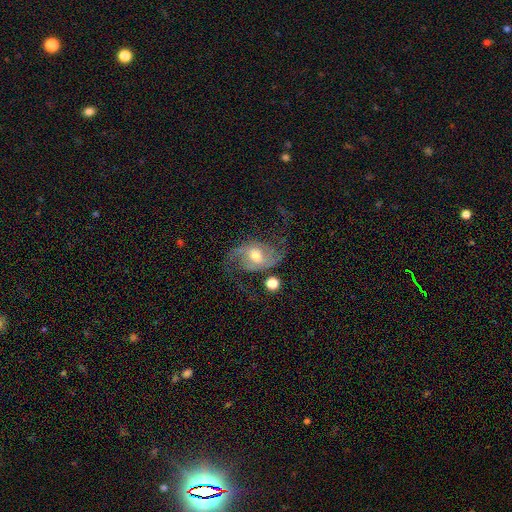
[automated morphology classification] Smooth or featured? featured or disk (85%)
Edge-on disk? no (97%)
Bar? no (43%, tied with weak)
Spiral arms? yes (95%)
Spiral winding? loose (53%)
Spiral arm count? 2 (90%)
Bulge size? moderate (69%)
Merging? none (63%)